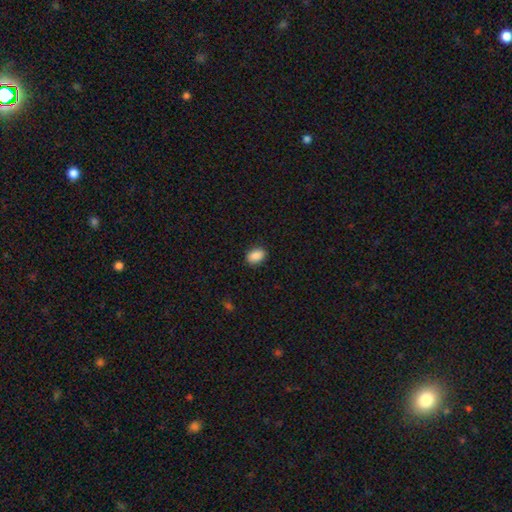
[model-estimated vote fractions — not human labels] Overall: smooth (89%). How rounded: in between (86%). Merging: none (88%).